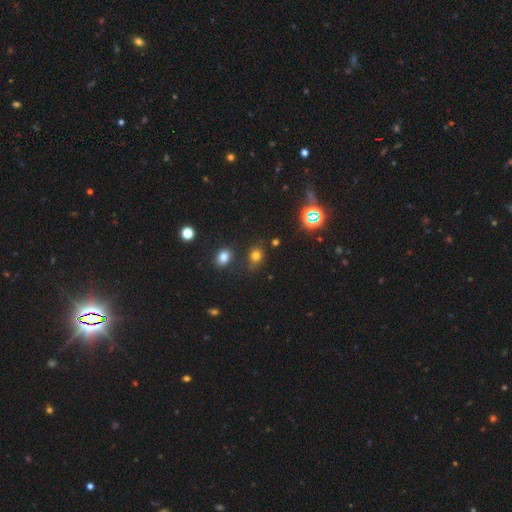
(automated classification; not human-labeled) Q: Smooth or featured?
A: smooth (72%); runner-up: star or artifact (21%)
Q: How rounded?
A: round (62%); runner-up: in between (37%)
Q: Merging?
A: none (74%); runner-up: minor disturbance (14%)